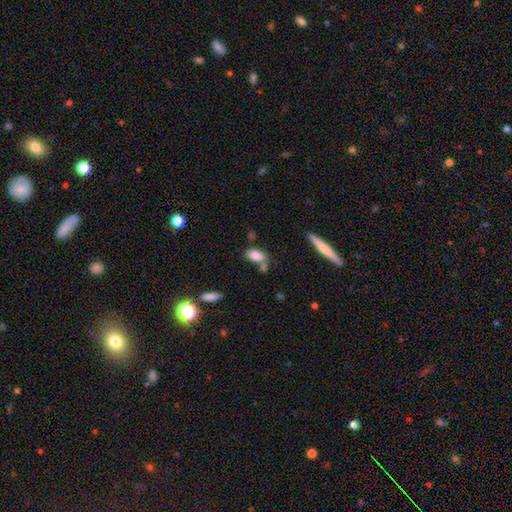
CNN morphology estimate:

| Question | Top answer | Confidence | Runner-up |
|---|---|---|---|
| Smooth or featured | smooth | 80% | featured or disk (11%) |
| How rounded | in between | 86% | round (8%) |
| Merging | none | 45% | merger (27%) |